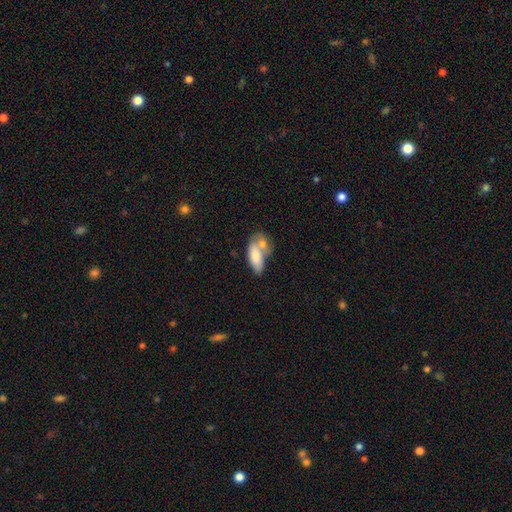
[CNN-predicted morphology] smooth 75%, featured or disk 19%, star or artifact 6%. Down the decision tree: how rounded — in between (81%); merging — merger (52%).